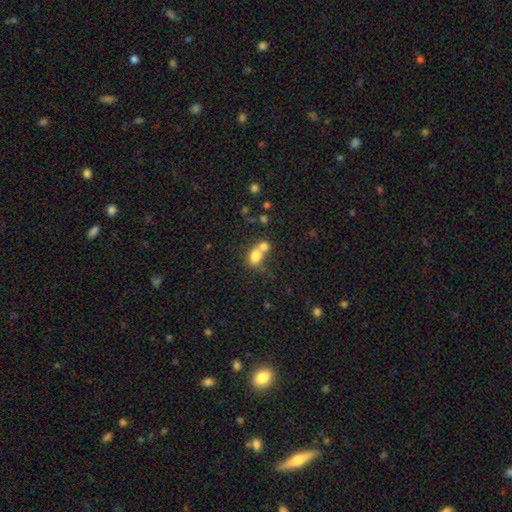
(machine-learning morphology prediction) smooth-or-featured: smooth: 76% | featured or disk: 13% | star or artifact: 11%
  how-rounded: in between: 64% | round: 35% | cigar-shaped: 2%
  merging: merger: 59% | none: 29% | minor disturbance: 8% | major disturbance: 4%